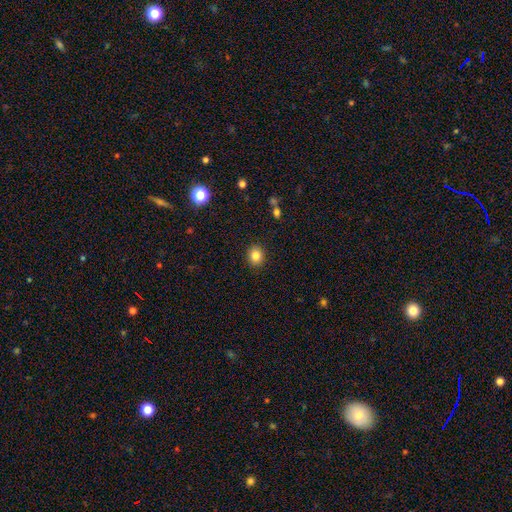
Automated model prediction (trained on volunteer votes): This is clearly a smooth galaxy (83%). How rounded: likely round (72%). Merging: clearly none (90%).